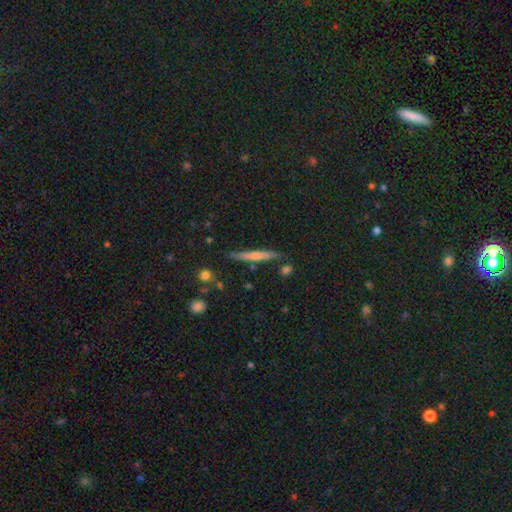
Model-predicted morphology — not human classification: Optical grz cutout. It shows a featured or disk galaxy (45%). Merging: none (83%).